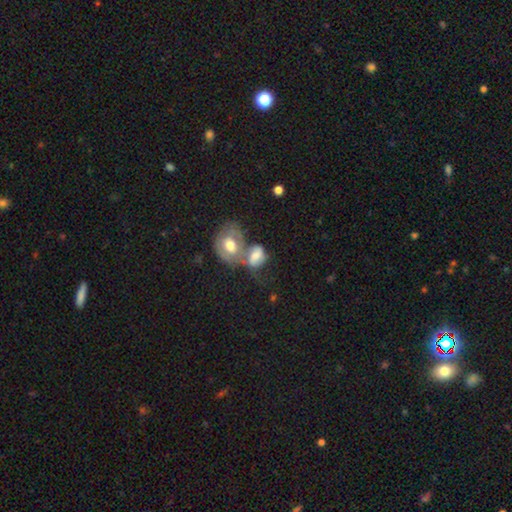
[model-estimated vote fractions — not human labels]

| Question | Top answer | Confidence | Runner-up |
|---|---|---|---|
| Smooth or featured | smooth | 51% | featured or disk (40%) |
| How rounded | in between | 70% | round (28%) |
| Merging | merger | 64% | none (15%) |